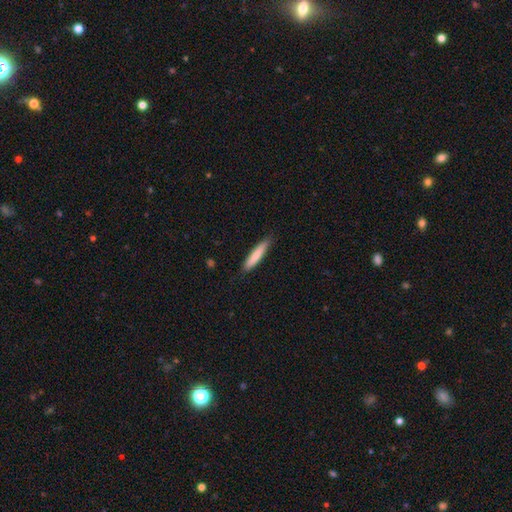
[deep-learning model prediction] Smooth or featured? smooth (80%)
How rounded? cigar-shaped (89%)
Merging? none (86%)